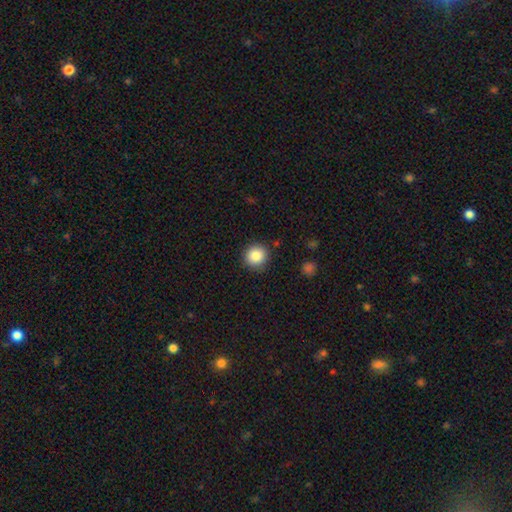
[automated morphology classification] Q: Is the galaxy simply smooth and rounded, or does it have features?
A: smooth — 86%.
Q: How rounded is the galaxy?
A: round — 93%.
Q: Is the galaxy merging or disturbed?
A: none — 89%.